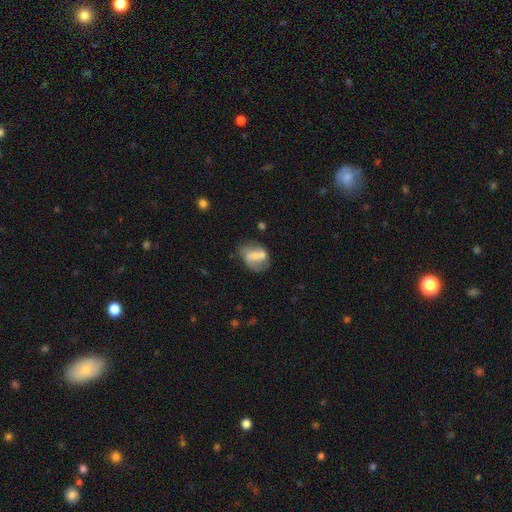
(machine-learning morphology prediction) This is possibly a featured or disk galaxy (47%). Merging: marginally none (37%).